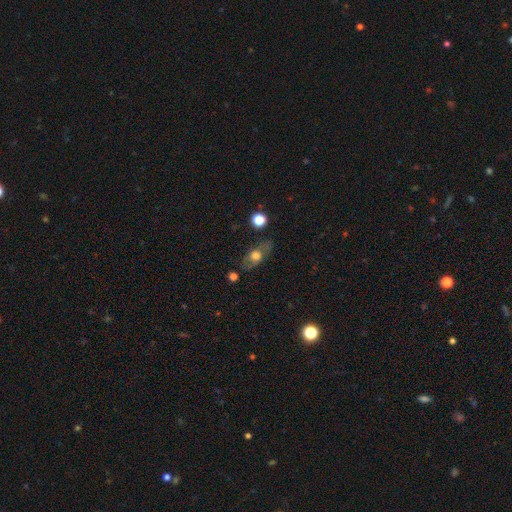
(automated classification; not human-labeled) A smooth galaxy with no disk features (50%) that is in between round and cigar-shaped (65%).

Vote fractions:
- Smooth or featured? smooth: 50% / featured or disk: 40% / star or artifact: 10%
- How rounded? in between: 65% / round: 22% / cigar-shaped: 13%
- Merging? none: 70% / minor disturbance: 18% / major disturbance: 8% / merger: 4%